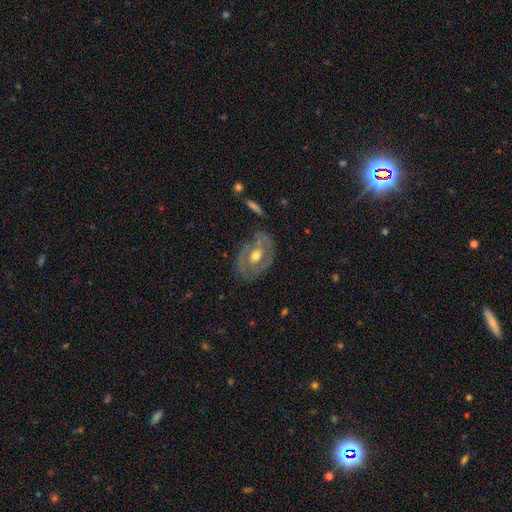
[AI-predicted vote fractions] featured or disk 67%, smooth 27%, star or artifact 6%. Down the decision tree: edge-on disk — no (93%); bar — no (64%); spiral arms — no (60%); bulge size — moderate (74%); merging — none (71%).